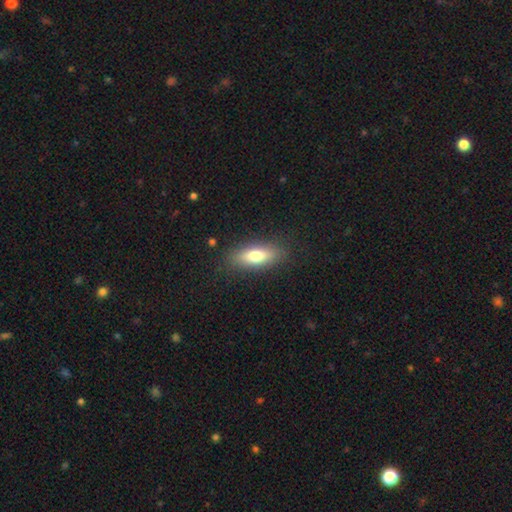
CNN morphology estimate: This appears to be a smooth galaxy with no disk features (70%) that is in between round and cigar-shaped (67%). Merging: none (86%).